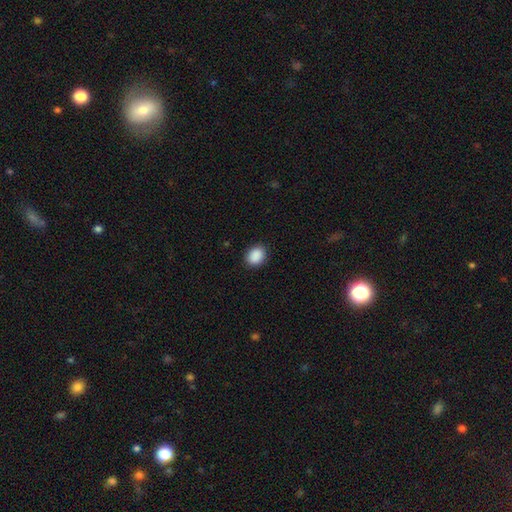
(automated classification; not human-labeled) smooth-or-featured: smooth: 90% | star or artifact: 8% | featured or disk: 2%
  how-rounded: in between: 51% | round: 48% | cigar-shaped: 1%
  merging: none: 89% | minor disturbance: 8% | major disturbance: 2% | merger: 1%